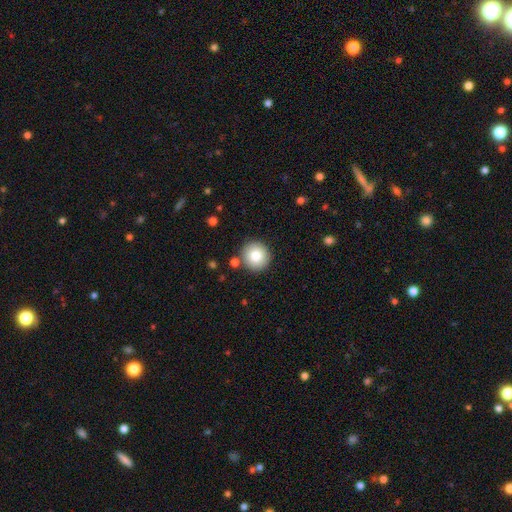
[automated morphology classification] The model was most divided on "smooth or featured": smooth: 83%, featured or disk: 9%, star or artifact: 8%. More confident: how rounded — round (93%); merging — none (86%).